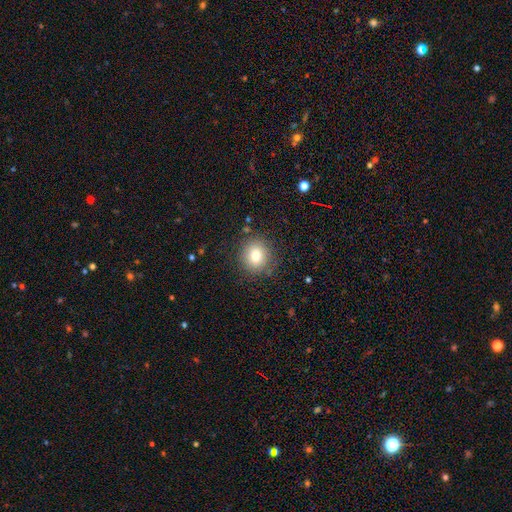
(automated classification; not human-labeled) Smooth or featured: smooth — 78% (star or artifact — 12%)
How rounded: round — 87% (in between — 12%)
Merging: none — 86% (minor disturbance — 9%)